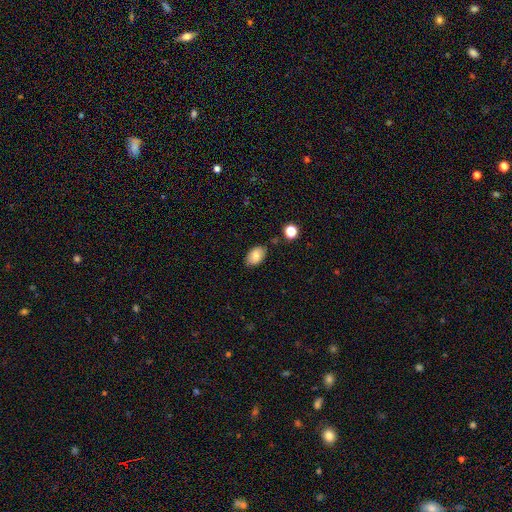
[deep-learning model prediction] Morphology: type=smooth (77%); roundness=in between (89%); merging=none (81%).